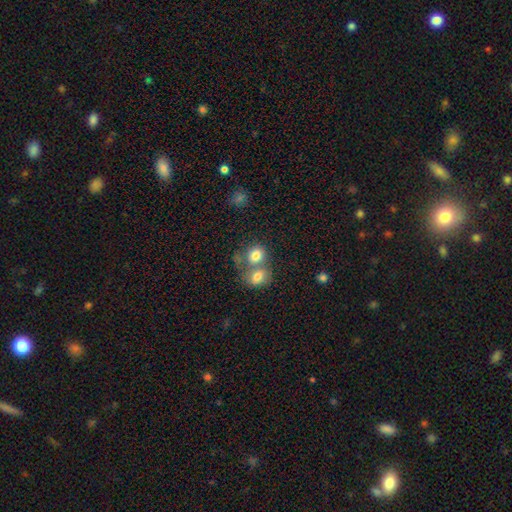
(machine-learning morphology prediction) smooth 78%, featured or disk 12%, star or artifact 10%. Down the decision tree: how rounded — round (62%); merging — merger (56%).